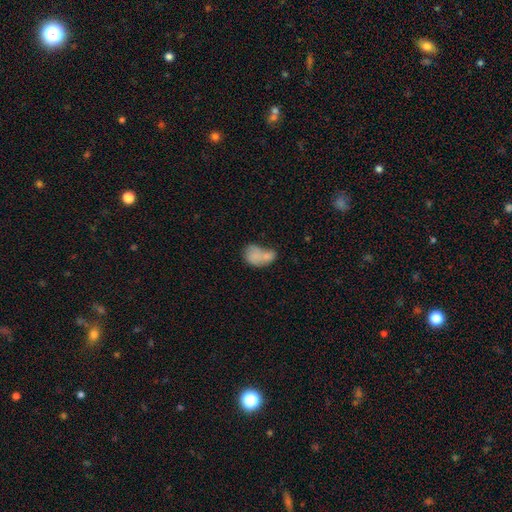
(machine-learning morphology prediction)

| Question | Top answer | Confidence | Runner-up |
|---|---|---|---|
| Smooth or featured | smooth | 75% | featured or disk (17%) |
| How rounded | in between | 76% | round (23%) |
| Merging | merger | 54% | none (21%) |